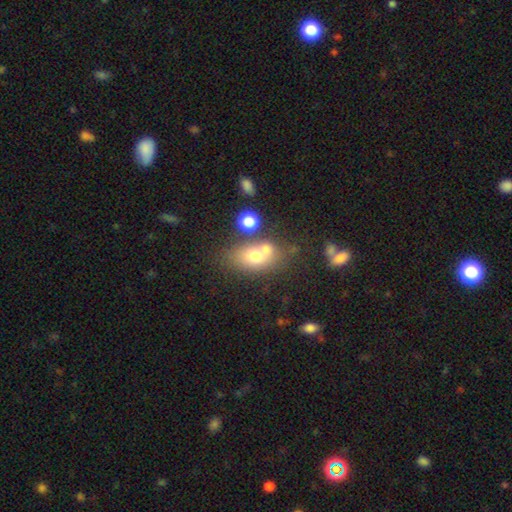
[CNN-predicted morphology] smooth 67%, featured or disk 21%, star or artifact 12%. Down the decision tree: how rounded — in between (71%); merging — none (43%).